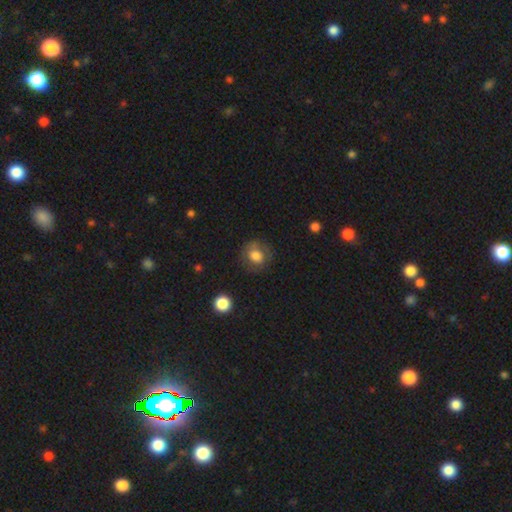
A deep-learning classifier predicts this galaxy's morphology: A smooth galaxy with no disk features (73%) that is round (82%). Merging: none (77%).